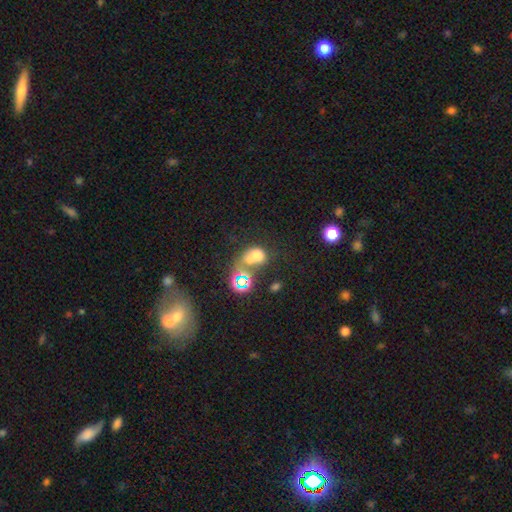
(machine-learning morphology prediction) Smooth or featured: smooth — 57% (star or artifact — 24%)
How rounded: in between — 52% (round — 46%)
Merging: merger — 50% (none — 25%)